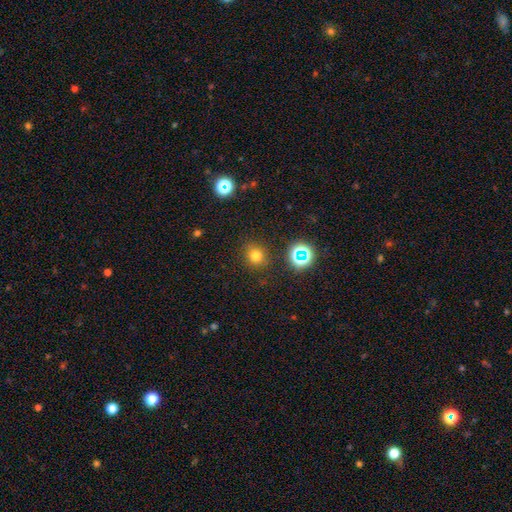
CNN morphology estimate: Overall: smooth (74%). How rounded: round (87%). Merging: none (87%).